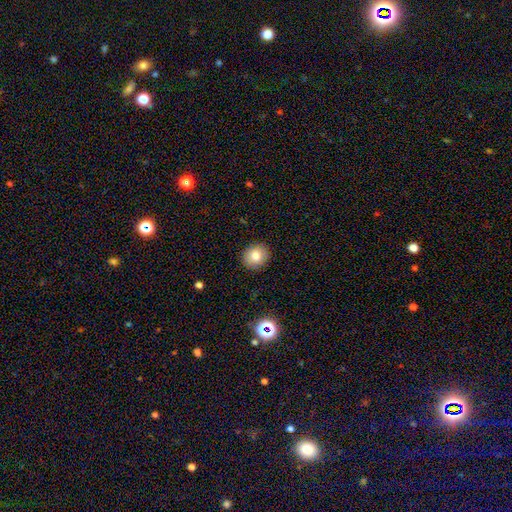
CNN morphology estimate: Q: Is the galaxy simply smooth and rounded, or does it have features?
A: smooth — 79%.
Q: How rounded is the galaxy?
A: round — 77%.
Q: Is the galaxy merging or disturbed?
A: none — 90%.